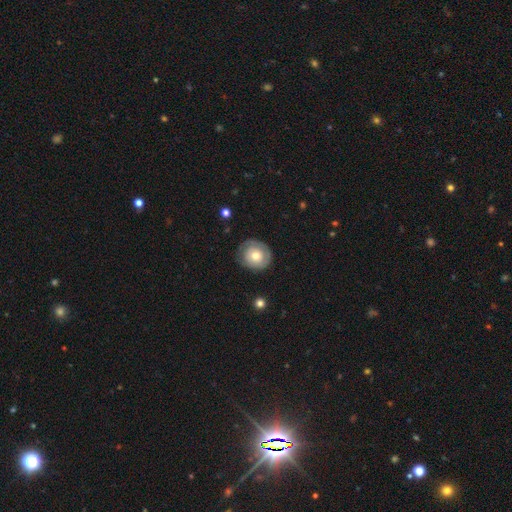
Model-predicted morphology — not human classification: Overall: featured or disk (47%, tied with smooth). Merging: none (75%).